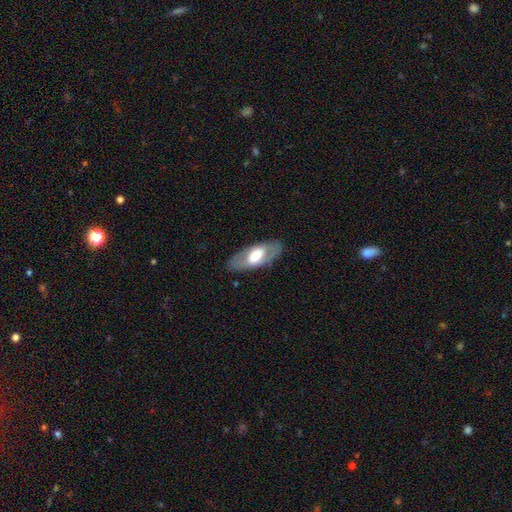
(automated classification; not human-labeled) Smooth or featured? Predicted: featured or disk (p=0.52). Edge-on disk? Predicted: no (p=0.81). Merging? Predicted: none (p=0.82).